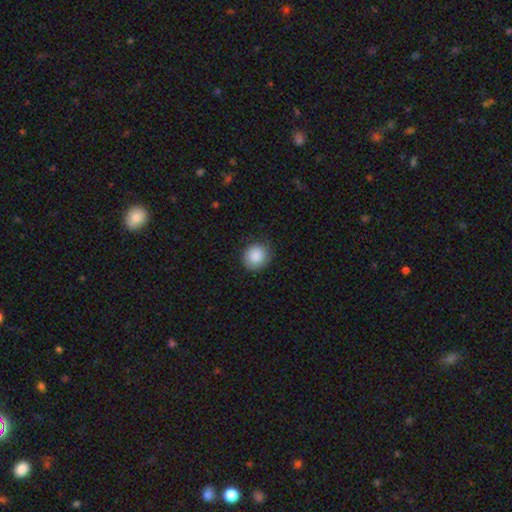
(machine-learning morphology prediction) Smooth or featured: smooth — 88% (star or artifact — 7%)
How rounded: round — 88% (in between — 11%)
Merging: none — 85% (minor disturbance — 11%)